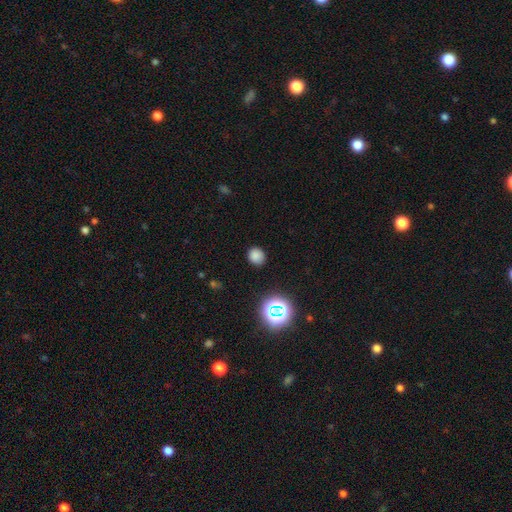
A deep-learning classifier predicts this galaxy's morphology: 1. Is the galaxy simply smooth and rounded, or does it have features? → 78% smooth, 17% star or artifact, 5% featured or disk.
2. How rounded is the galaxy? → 77% round, 22% in between, 1% cigar-shaped.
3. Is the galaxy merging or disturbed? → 86% none, 10% minor disturbance, 3% major disturbance, 1% merger.